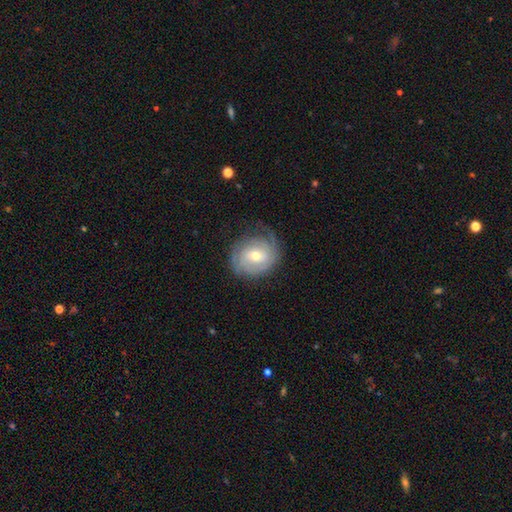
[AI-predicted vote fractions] A featured or disk galaxy (72%) with no bar (56%), 2 (38%) tight (64%) spiral arms (88%) and a moderate central bulge (56%).

Vote fractions:
- Smooth or featured? featured or disk: 72% / smooth: 21% / star or artifact: 6%
- Edge-on disk? no: 96% / yes: 4%
- Bar? no: 56% / weak: 35% / strong: 9%
- Spiral arms? yes: 88% / no: 12%
- Spiral winding? tight: 64% / medium: 25% / loose: 10%
- Spiral arm count? 2: 38% / can't tell: 34% / 3: 11% / 1: 10% / 4: 4% / more than 4: 3%
- Bulge size? moderate: 56% / small: 39% / large: 2% / none: 1% / dominant: 1%
- Merging? none: 67% / minor disturbance: 21% / major disturbance: 11% / merger: 1%